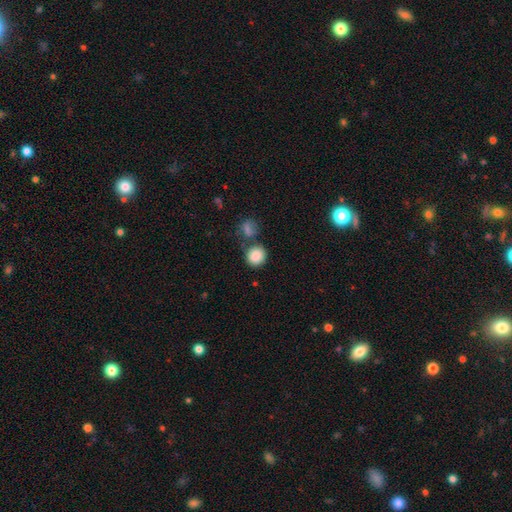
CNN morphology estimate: Smooth or featured: smooth — 87% (star or artifact — 8%)
How rounded: round — 85% (in between — 14%)
Merging: none — 66% (merger — 18%)